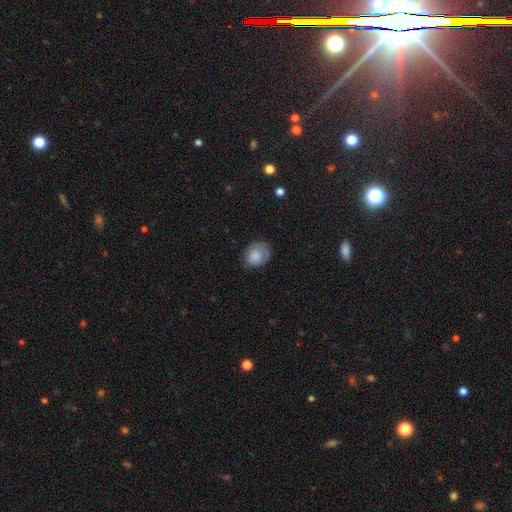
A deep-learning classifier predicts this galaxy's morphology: Smooth or featured: smooth — 77% (featured or disk — 15%)
How rounded: round — 62% (in between — 37%)
Merging: none — 60% (minor disturbance — 27%)